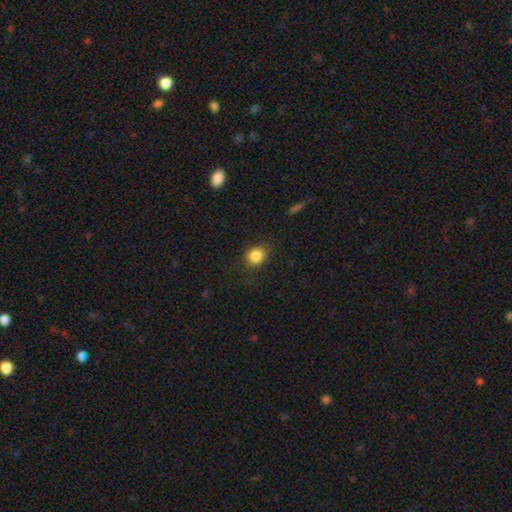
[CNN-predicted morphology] smooth 85%, star or artifact 10%, featured or disk 6%. Down the decision tree: how rounded — round (70%); merging — none (78%).